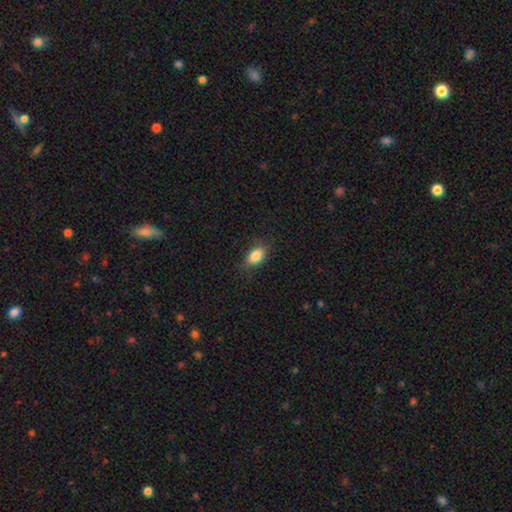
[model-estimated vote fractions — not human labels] smooth 85%, star or artifact 9%, featured or disk 6%. Down the decision tree: how rounded — in between (84%); merging — none (81%).